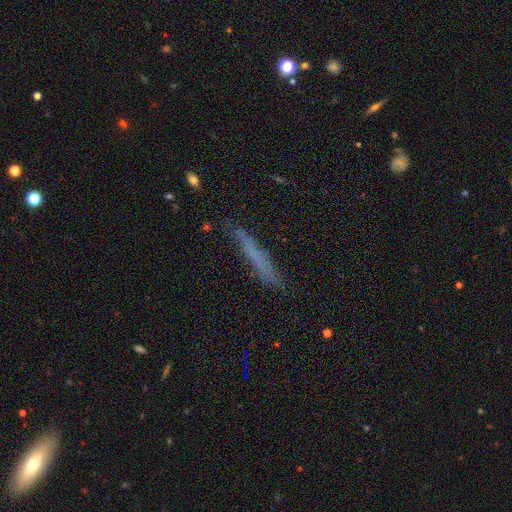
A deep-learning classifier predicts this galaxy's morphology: The model was most divided on "smooth or featured": smooth: 56%, featured or disk: 34%, star or artifact: 10%. More confident: how rounded — cigar-shaped (94%); merging — none (80%).